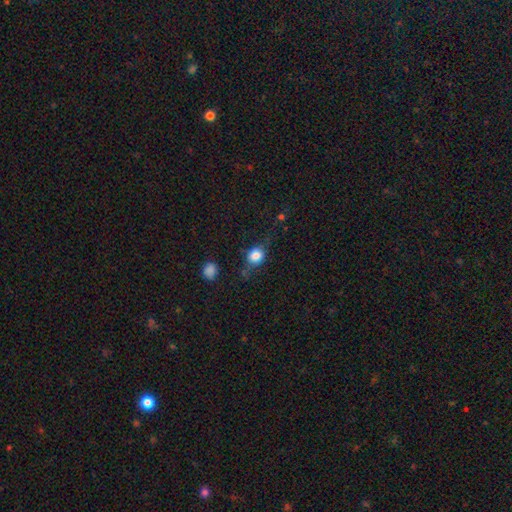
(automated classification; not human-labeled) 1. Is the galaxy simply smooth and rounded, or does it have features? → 80% smooth, 10% star or artifact, 10% featured or disk.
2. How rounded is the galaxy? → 66% round, 32% in between, 2% cigar-shaped.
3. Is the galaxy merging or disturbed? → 63% none, 23% minor disturbance, 9% major disturbance, 4% merger.